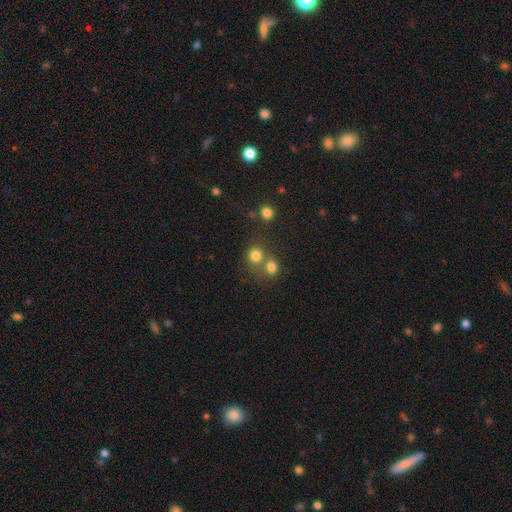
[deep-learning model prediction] smooth_or_featured: smooth (p=0.78) [alt: star or artifact p=0.14]
how_rounded: round (p=0.78) [alt: in between p=0.21]
merging: none (p=0.47) [alt: merger p=0.42]